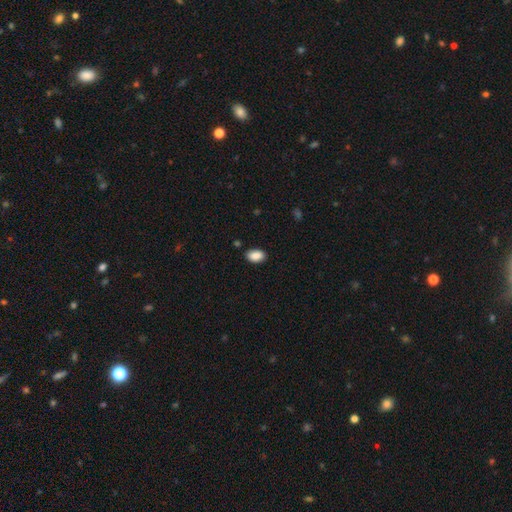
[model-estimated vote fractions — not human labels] A smooth galaxy with no disk features (89%) that is in between round and cigar-shaped (91%).

Vote fractions:
- Smooth or featured? smooth: 89% / star or artifact: 7% / featured or disk: 3%
- How rounded? in between: 91% / round: 7% / cigar-shaped: 1%
- Merging? none: 86% / minor disturbance: 11% / major disturbance: 2% / merger: 2%